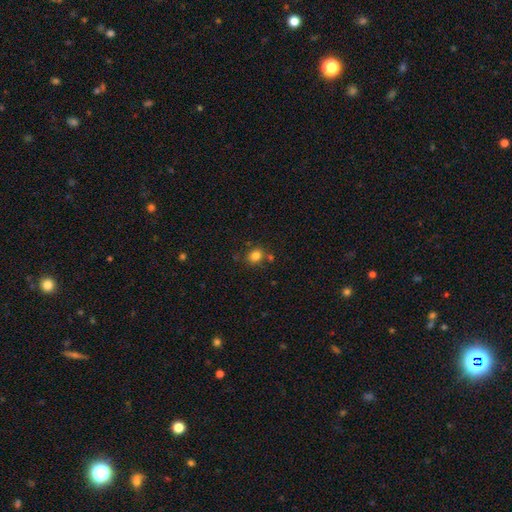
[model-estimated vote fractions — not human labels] The model was most divided on "how rounded": round: 71%, in between: 28%, cigar-shaped: 1%. More confident: smooth or featured — smooth (82%); merging — none (75%).